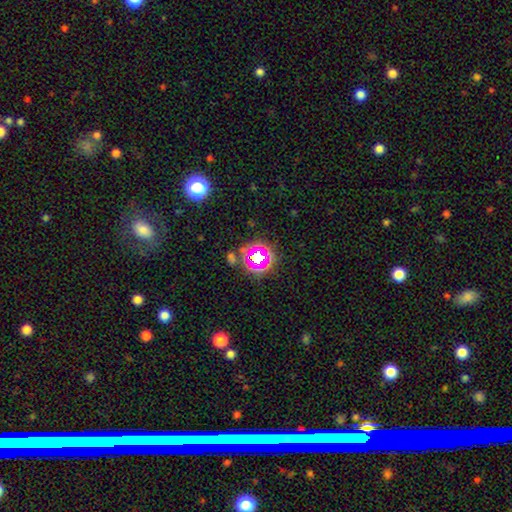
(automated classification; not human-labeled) Q: Smooth or featured?
A: star or artifact (54%); runner-up: smooth (32%)